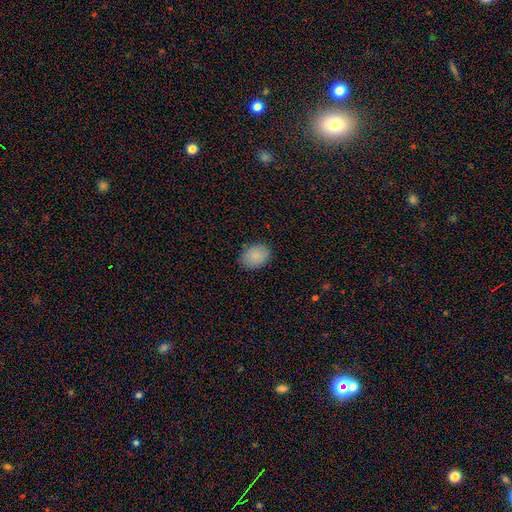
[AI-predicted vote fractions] A smooth galaxy with no disk features (88%) that is in between round and cigar-shaped (66%). Merging: none (85%).